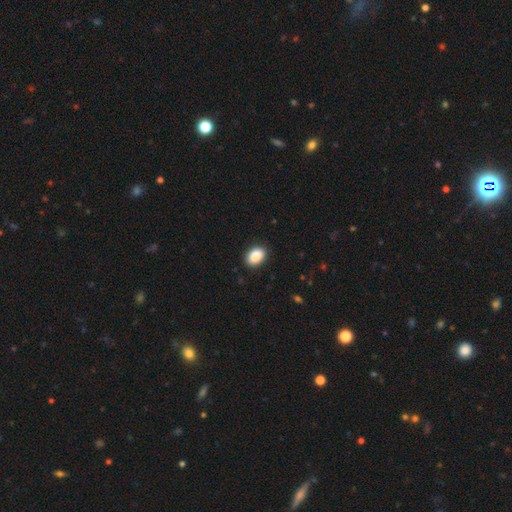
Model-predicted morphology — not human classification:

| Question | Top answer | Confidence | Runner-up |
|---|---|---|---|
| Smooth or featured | smooth | 89% | star or artifact (7%) |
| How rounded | in between | 84% | round (15%) |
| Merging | none | 90% | minor disturbance (8%) |